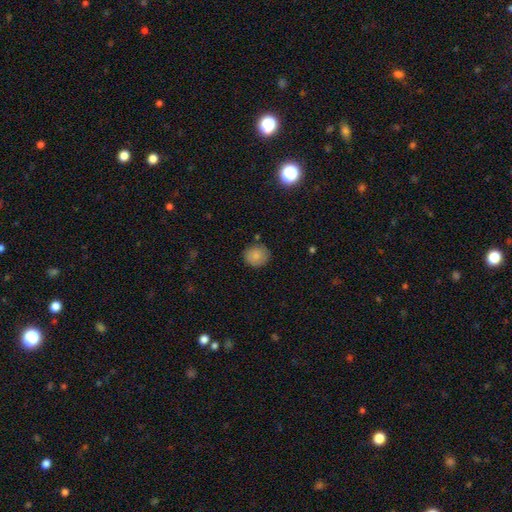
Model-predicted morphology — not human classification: Smooth or featured? Predicted: smooth (p=0.80). How rounded? Predicted: round (p=0.83). Merging? Predicted: none (p=0.81).